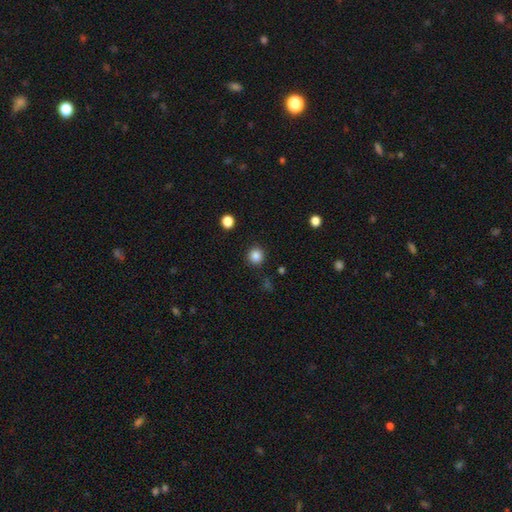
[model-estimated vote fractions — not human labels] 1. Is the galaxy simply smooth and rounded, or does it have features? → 86% smooth, 11% star or artifact, 3% featured or disk.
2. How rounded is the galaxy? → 94% round, 5% in between, 1% cigar-shaped.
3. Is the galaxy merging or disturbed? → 91% none, 6% minor disturbance, 2% major disturbance, 1% merger.